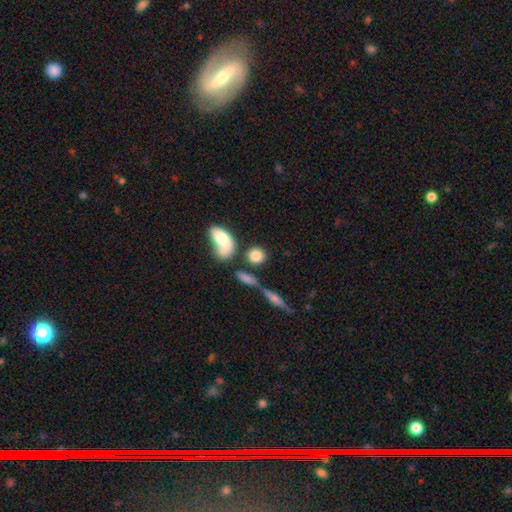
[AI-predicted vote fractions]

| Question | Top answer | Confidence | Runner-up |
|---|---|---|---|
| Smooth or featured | smooth | 80% | featured or disk (11%) |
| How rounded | round | 64% | in between (31%) |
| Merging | none | 60% | merger (20%) |